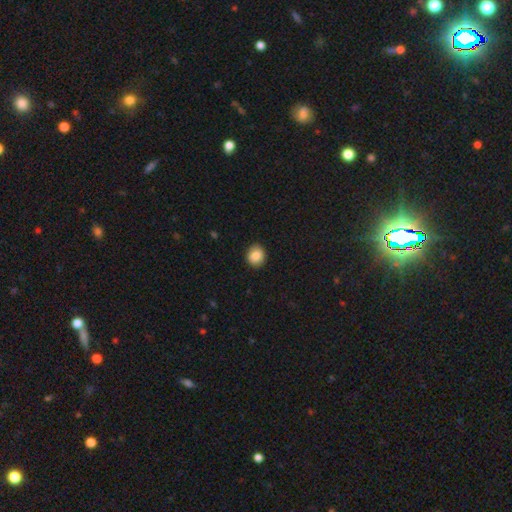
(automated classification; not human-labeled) smooth_or_featured: smooth (p=0.86) [alt: star or artifact p=0.09]
how_rounded: round (p=0.75) [alt: in between p=0.24]
merging: none (p=0.90) [alt: minor disturbance p=0.08]